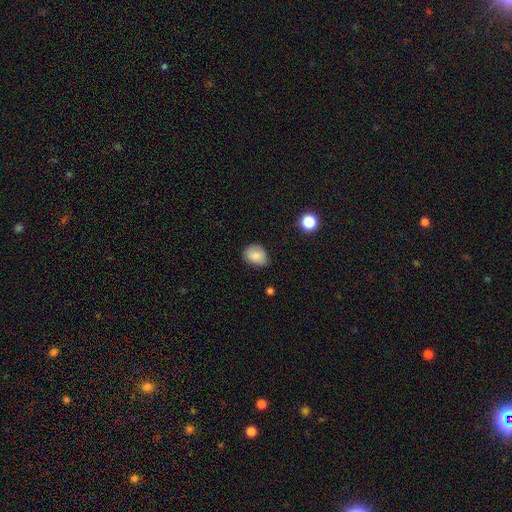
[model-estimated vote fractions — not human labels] A smooth galaxy with no disk features (84%) that is in between round and cigar-shaped (56%).

Vote fractions:
- Smooth or featured? smooth: 84% / star or artifact: 9% / featured or disk: 7%
- How rounded? in between: 56% / round: 44% / cigar-shaped: 1%
- Merging? none: 72% / minor disturbance: 23% / major disturbance: 4% / merger: 1%